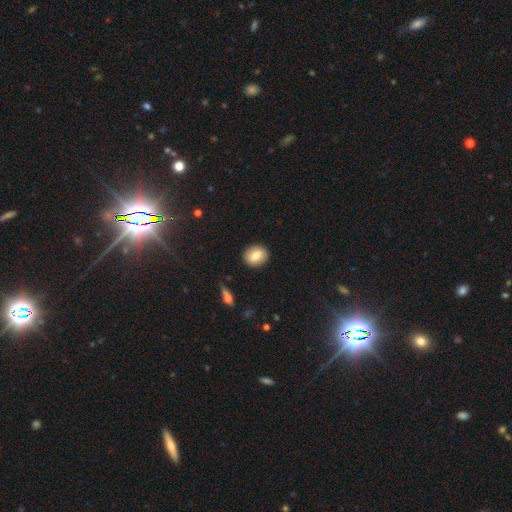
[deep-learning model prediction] Q: Smooth or featured?
A: smooth (78%); runner-up: featured or disk (14%)
Q: How rounded?
A: round (60%); runner-up: in between (39%)
Q: Merging?
A: none (89%); runner-up: minor disturbance (7%)